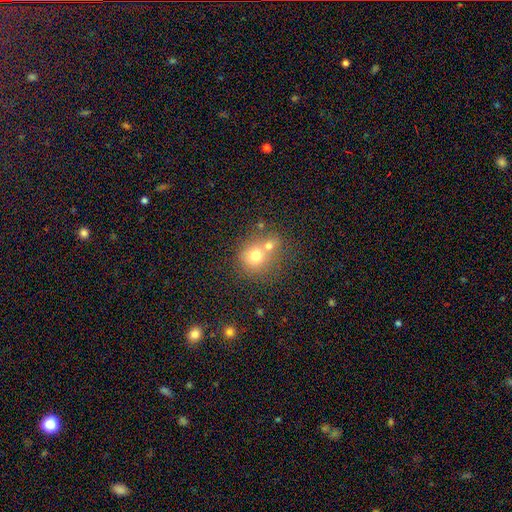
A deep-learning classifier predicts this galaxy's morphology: A smooth galaxy with no disk features (72%) that is round (82%).

Vote fractions:
- Smooth or featured? smooth: 72% / featured or disk: 16% / star or artifact: 12%
- How rounded? round: 82% / in between: 17% / cigar-shaped: 1%
- Merging? merger: 51% / none: 38% / minor disturbance: 8% / major disturbance: 3%